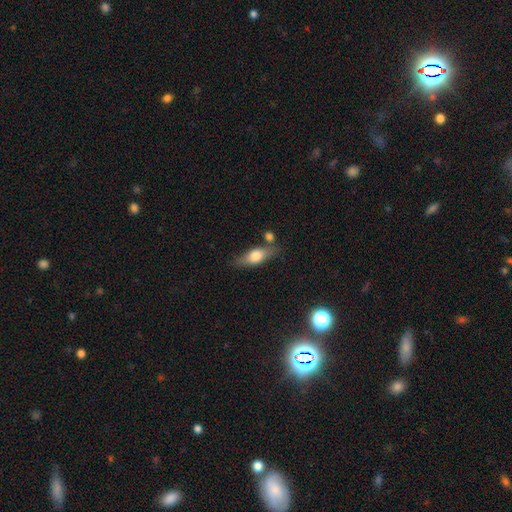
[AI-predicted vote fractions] Q: Smooth or featured?
A: smooth (62%); runner-up: featured or disk (31%)
Q: How rounded?
A: in between (66%); runner-up: cigar-shaped (29%)
Q: Merging?
A: none (67%); runner-up: minor disturbance (16%)